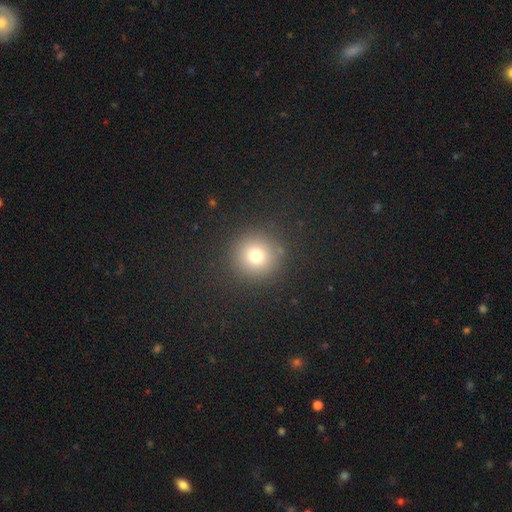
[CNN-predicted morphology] Smooth or featured? smooth (74%)
How rounded? round (95%)
Merging? none (89%)